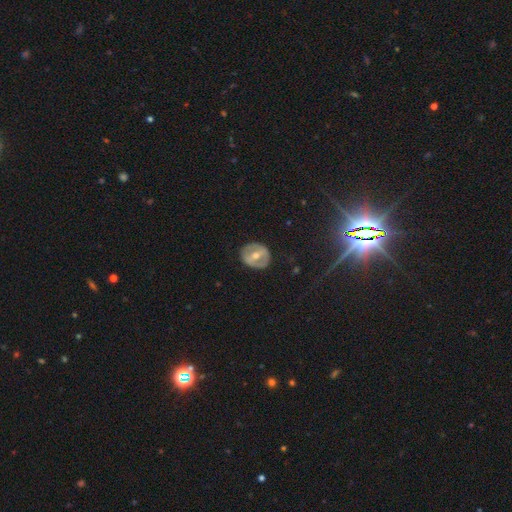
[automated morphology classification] Smooth or featured? Predicted: featured or disk (p=0.64). Edge-on disk? Predicted: no (p=0.93). Bar? Predicted: strong (p=0.53). Spiral arms? Predicted: no (p=0.74). Bulge size? Predicted: moderate (p=0.65). Merging? Predicted: none (p=0.84).